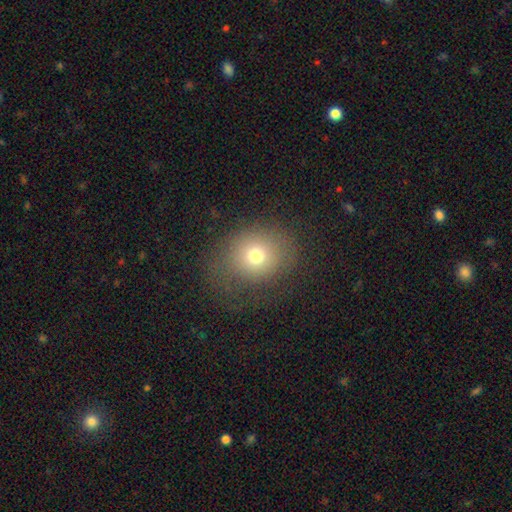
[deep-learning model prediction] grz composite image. It shows a smooth galaxy with no disk features (72%) that is round (65%). Merging: none (64%).